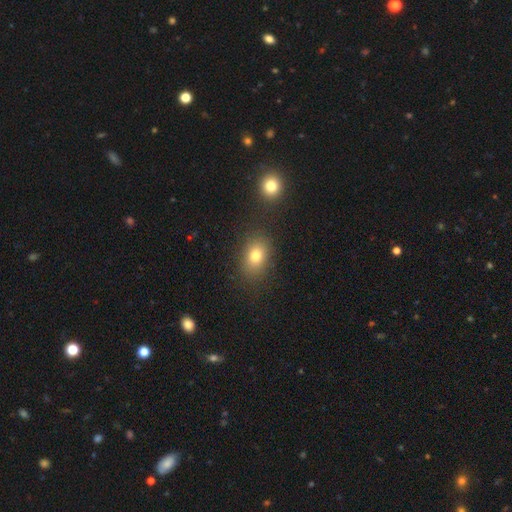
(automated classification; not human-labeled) A smooth galaxy with no disk features (77%) that is in between round and cigar-shaped (67%).

Vote fractions:
- Smooth or featured? smooth: 77% / star or artifact: 12% / featured or disk: 11%
- How rounded? in between: 67% / round: 31% / cigar-shaped: 1%
- Merging? none: 81% / minor disturbance: 10% / merger: 4% / major disturbance: 4%